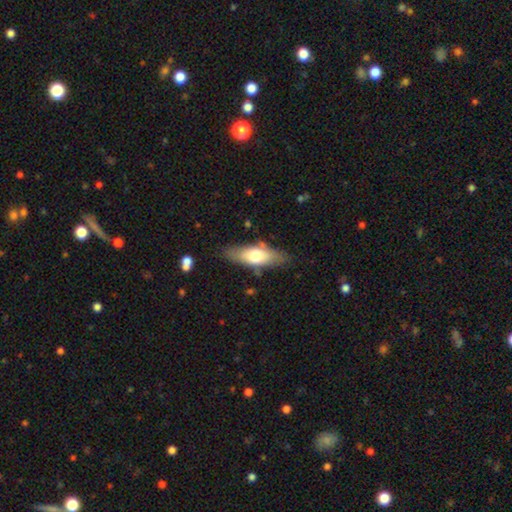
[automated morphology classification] Q: Smooth or featured?
A: smooth (62%); runner-up: featured or disk (32%)
Q: How rounded?
A: in between (66%); runner-up: cigar-shaped (32%)
Q: Merging?
A: none (79%); runner-up: minor disturbance (15%)